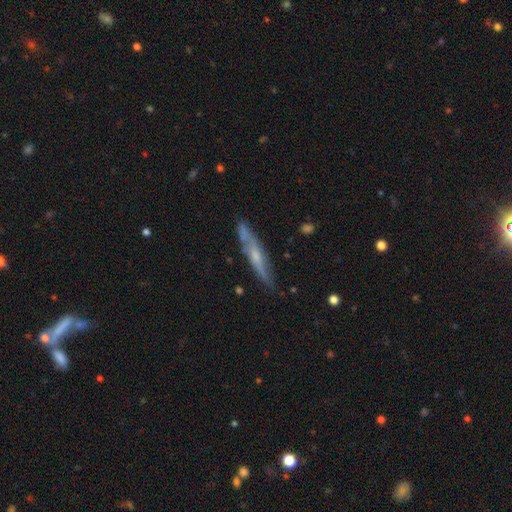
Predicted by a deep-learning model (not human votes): This is likely a featured or disk galaxy (61%). It is likely viewed edge-on (77%). Merging: likely none (74%).